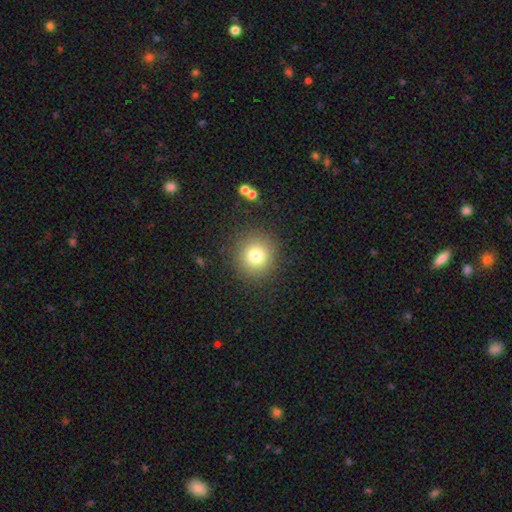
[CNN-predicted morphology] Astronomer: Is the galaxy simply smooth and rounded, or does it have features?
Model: smooth — 78%.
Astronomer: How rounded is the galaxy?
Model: round — 93%.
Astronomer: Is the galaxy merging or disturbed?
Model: none — 89%.